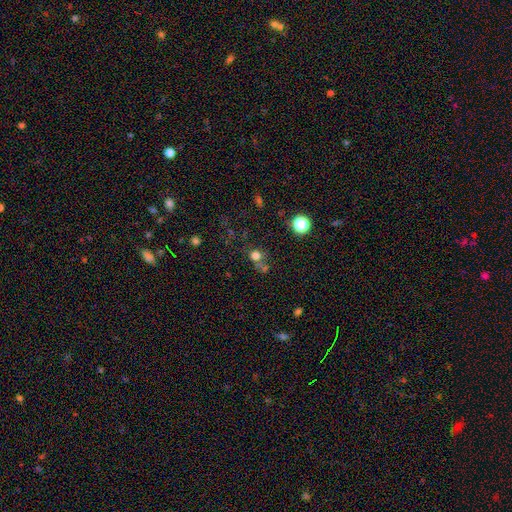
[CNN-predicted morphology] Smooth or featured?
  - smooth: 70% *
  - star or artifact: 21%
  - featured or disk: 9%
How rounded?
  - round: 86% *
  - in between: 13%
  - cigar-shaped: 1%
Merging?
  - none: 56% *
  - merger: 26%
  - minor disturbance: 11%
  - major disturbance: 7%